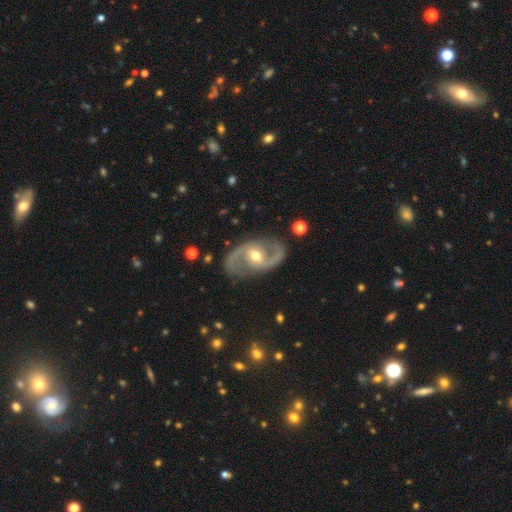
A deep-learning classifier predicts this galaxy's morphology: A featured or disk galaxy (90%) with no bar (54%), 2 (94%) medium (54%) spiral arms (97%) and a moderate central bulge (71%). Merging: none (84%).